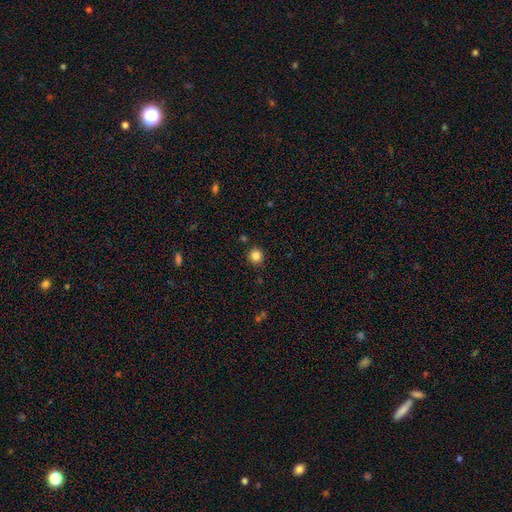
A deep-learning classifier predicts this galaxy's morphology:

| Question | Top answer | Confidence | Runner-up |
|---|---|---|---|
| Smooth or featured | smooth | 84% | star or artifact (12%) |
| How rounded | round | 92% | in between (7%) |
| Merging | none | 89% | minor disturbance (7%) |